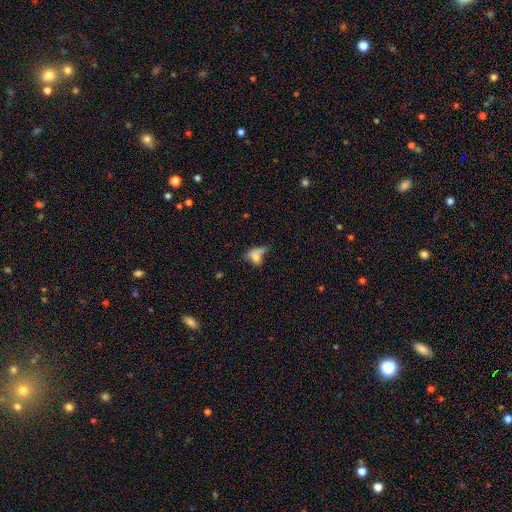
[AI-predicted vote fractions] A smooth galaxy with no disk features (62%) that is in between round and cigar-shaped (71%). Merging: none (29%).